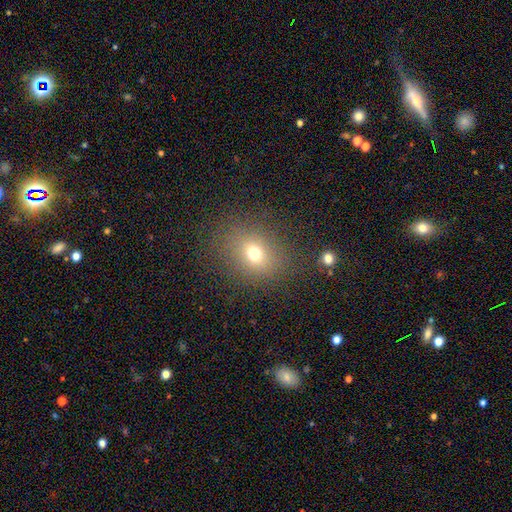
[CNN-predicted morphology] Q: Smooth or featured?
A: smooth (69%); runner-up: star or artifact (18%)
Q: How rounded?
A: round (53%); runner-up: in between (46%)
Q: Merging?
A: none (83%); runner-up: minor disturbance (10%)